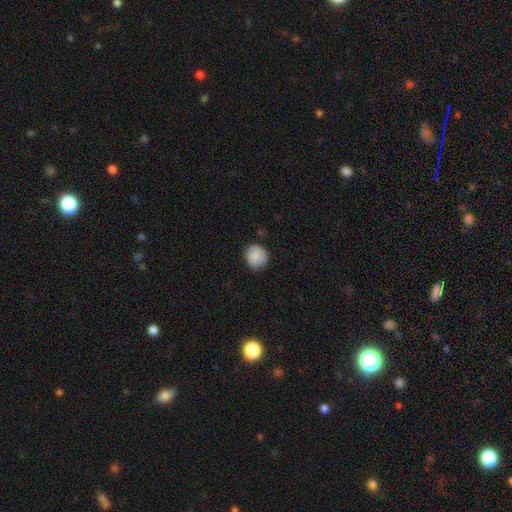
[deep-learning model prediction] smooth-or-featured: smooth: 88% | star or artifact: 7% | featured or disk: 4%
  how-rounded: round: 83% | in between: 16% | cigar-shaped: 1%
  merging: none: 82% | minor disturbance: 14% | major disturbance: 2% | merger: 1%